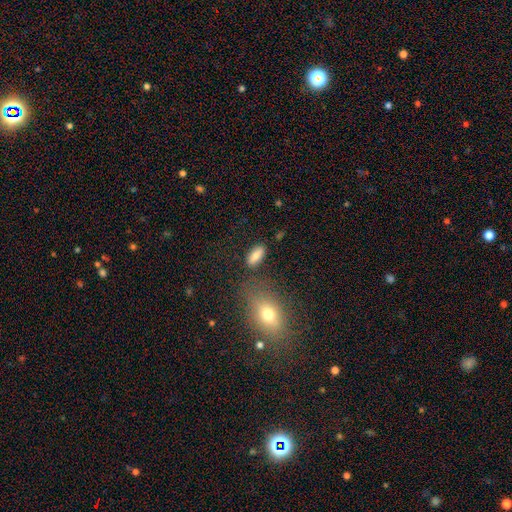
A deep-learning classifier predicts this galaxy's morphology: Smooth or featured? smooth (81%)
How rounded? in between (80%)
Merging? none (78%)